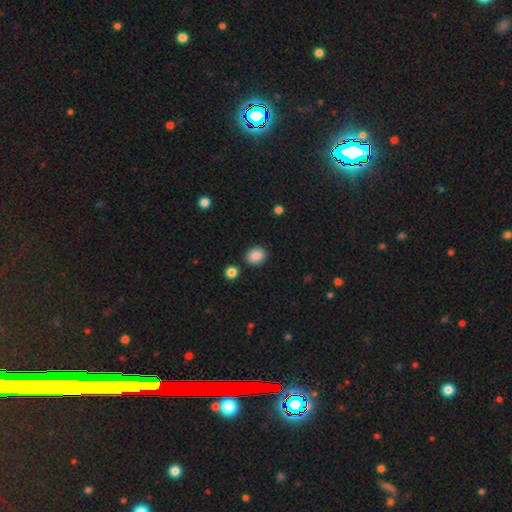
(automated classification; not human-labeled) Smooth or featured?
  - smooth: 88% *
  - star or artifact: 8%
  - featured or disk: 4%
How rounded?
  - round: 59% *
  - in between: 40%
  - cigar-shaped: 1%
Merging?
  - none: 86% *
  - minor disturbance: 9%
  - merger: 3%
  - major disturbance: 2%